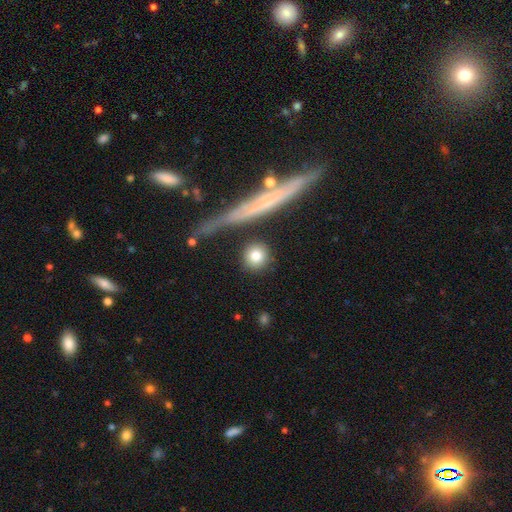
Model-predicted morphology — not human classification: The model was most divided on "smooth or featured": smooth: 80%, featured or disk: 12%, star or artifact: 8%. More confident: how rounded — round (91%); merging — none (86%).